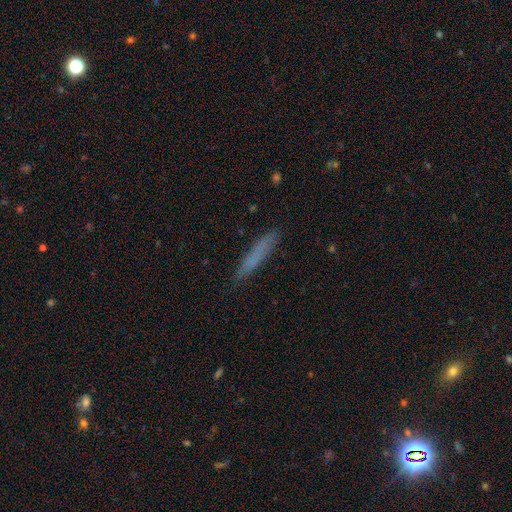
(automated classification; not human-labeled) Overall: smooth (64%; featured or disk 25%). How rounded: cigar-shaped (94%). Merging: none (87%).